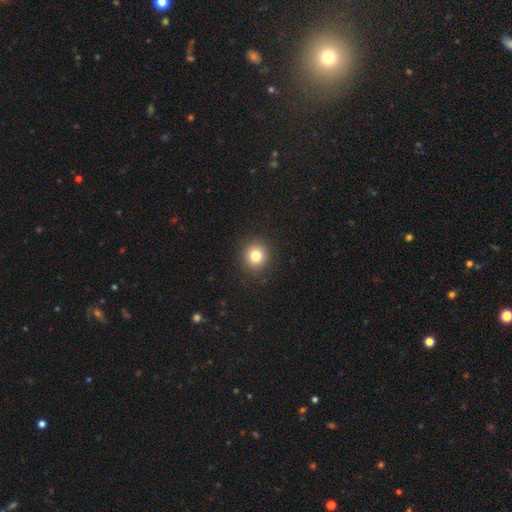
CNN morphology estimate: Smooth or featured? Predicted: smooth (p=0.81). How rounded? Predicted: round (p=0.89). Merging? Predicted: none (p=0.91).